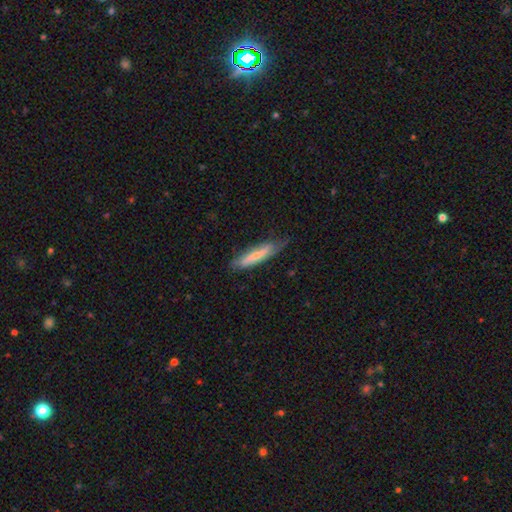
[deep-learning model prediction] The model was most divided on "smooth or featured": smooth: 62%, featured or disk: 32%, star or artifact: 6%. More confident: how rounded — cigar-shaped (83%); merging — none (66%).